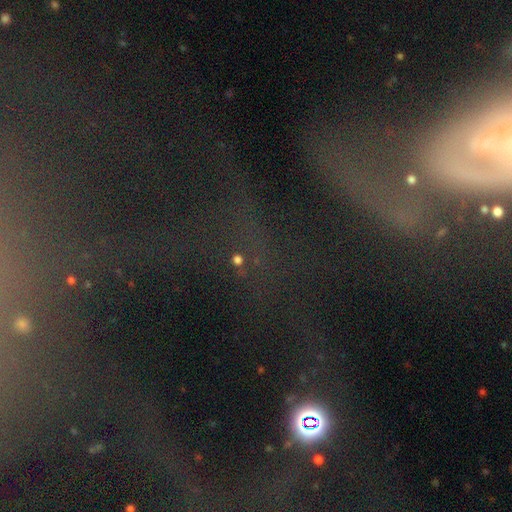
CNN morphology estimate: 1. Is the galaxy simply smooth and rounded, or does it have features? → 57% star or artifact, 27% featured or disk, 16% smooth.